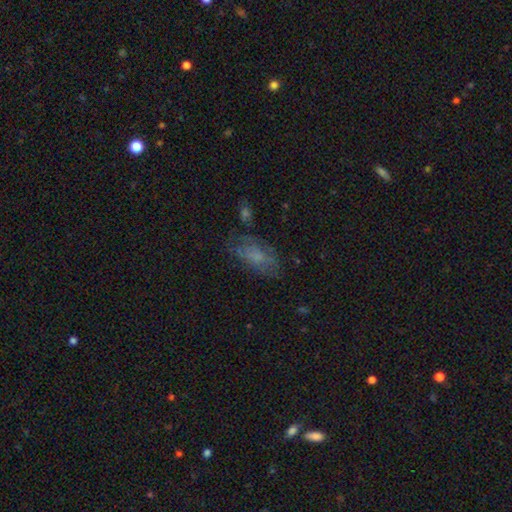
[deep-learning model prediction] Overall: smooth (55%; featured or disk 32%). How rounded: in between (87%). Merging: none (59%; minor disturbance 23%).